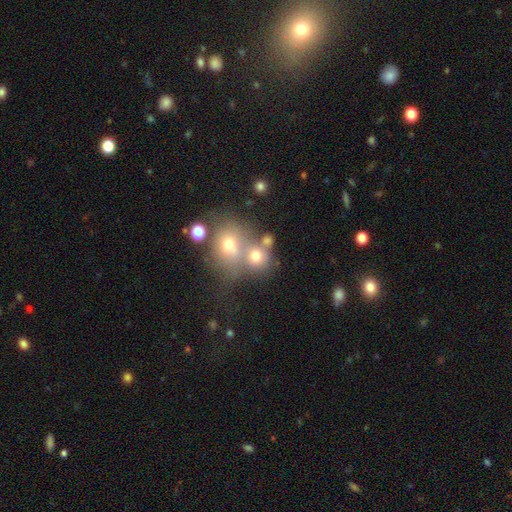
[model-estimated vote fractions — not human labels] Q: Smooth or featured?
A: smooth (68%); runner-up: star or artifact (16%)
Q: How rounded?
A: round (74%); runner-up: in between (25%)
Q: Merging?
A: merger (47%); runner-up: none (38%)